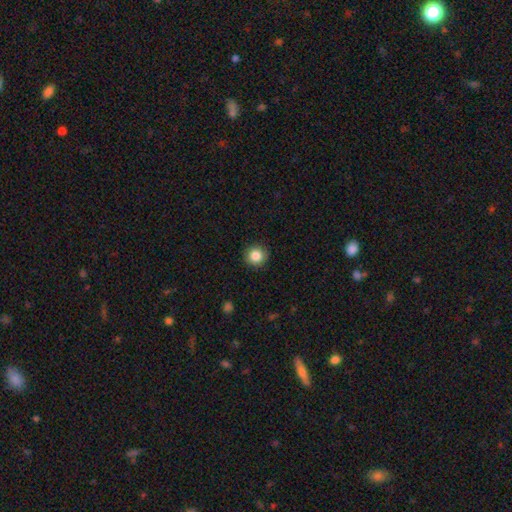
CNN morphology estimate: Smooth or featured: smooth — 84% (star or artifact — 10%)
How rounded: round — 93% (in between — 6%)
Merging: none — 91% (minor disturbance — 6%)